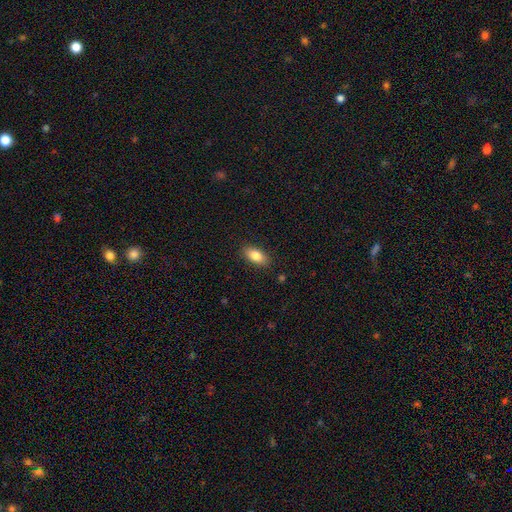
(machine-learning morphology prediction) This is clearly a smooth galaxy (82%). How rounded: clearly in between (89%). Merging: clearly none (88%).